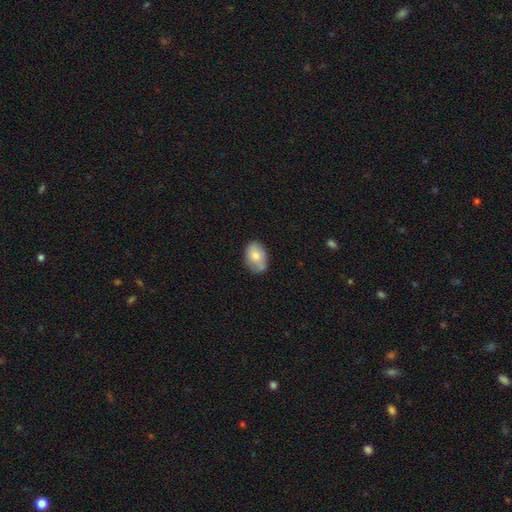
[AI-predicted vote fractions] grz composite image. It shows a smooth galaxy with no disk features (76%) that is in between round and cigar-shaped (82%). Merging: none (57%).